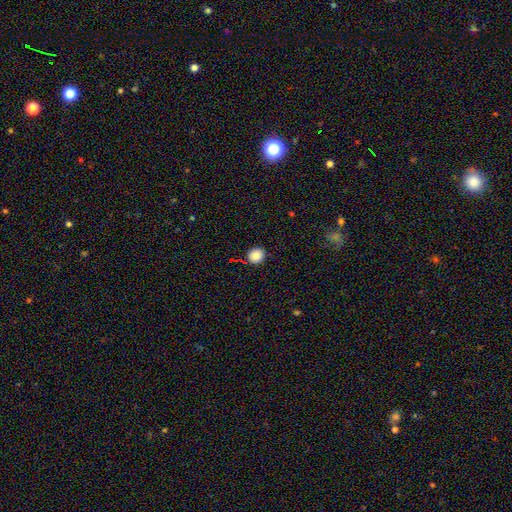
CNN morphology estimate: This appears to be a smooth galaxy with no disk features (86%) that is round (84%). Merging: none (88%).